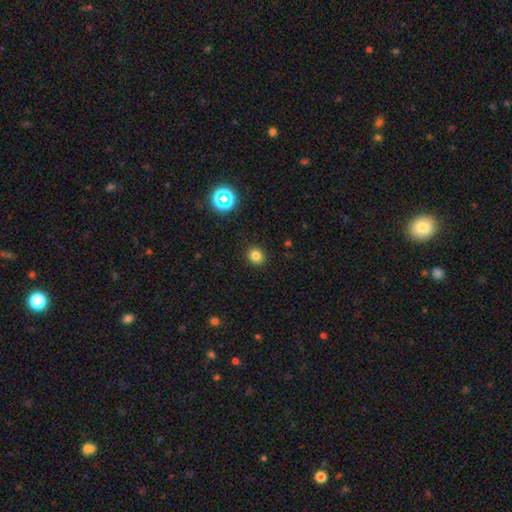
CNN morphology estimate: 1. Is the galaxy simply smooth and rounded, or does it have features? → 80% smooth, 15% star or artifact, 5% featured or disk.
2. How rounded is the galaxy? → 84% round, 15% in between, 1% cigar-shaped.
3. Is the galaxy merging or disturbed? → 92% none, 5% minor disturbance, 2% major disturbance, 1% merger.